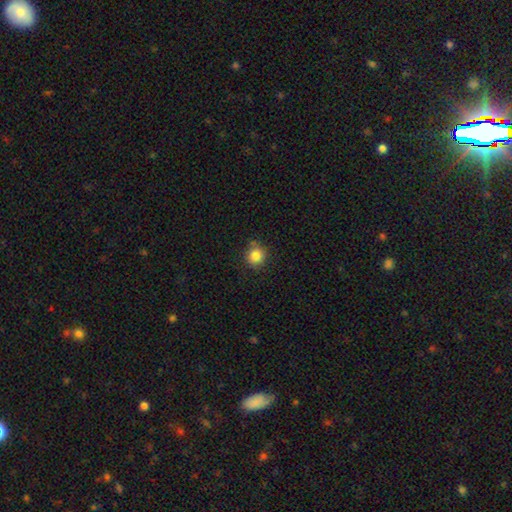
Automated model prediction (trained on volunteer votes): Q: Smooth or featured?
A: smooth (84%); runner-up: star or artifact (11%)
Q: How rounded?
A: round (92%); runner-up: in between (8%)
Q: Merging?
A: none (82%); runner-up: minor disturbance (11%)